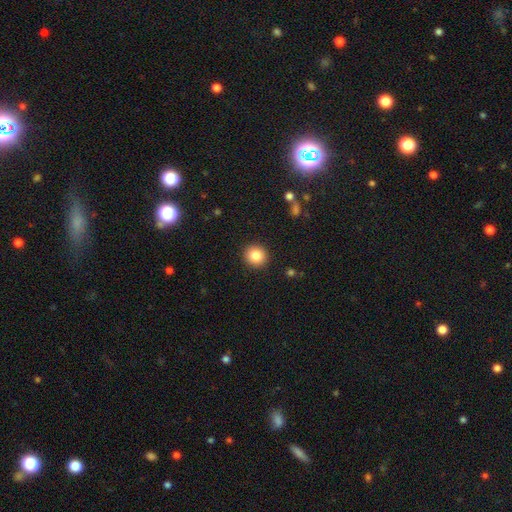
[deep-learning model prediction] Q: Smooth or featured?
A: smooth (85%); runner-up: star or artifact (9%)
Q: How rounded?
A: round (92%); runner-up: in between (7%)
Q: Merging?
A: none (92%); runner-up: minor disturbance (5%)